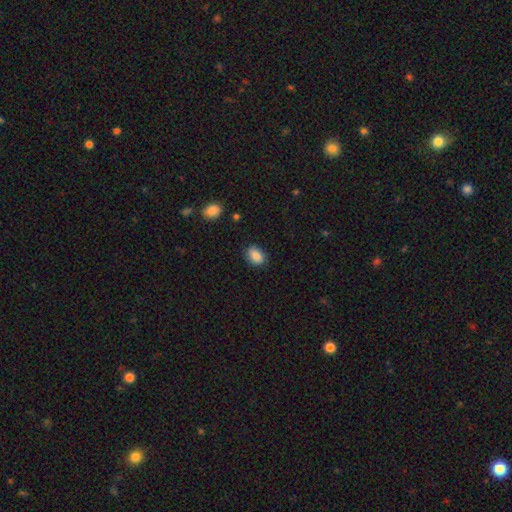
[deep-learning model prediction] Smooth or featured: smooth — 85% (star or artifact — 8%)
How rounded: in between — 76% (round — 23%)
Merging: none — 84% (minor disturbance — 12%)